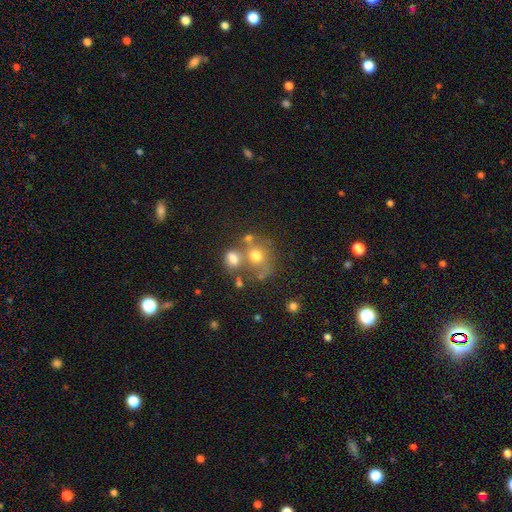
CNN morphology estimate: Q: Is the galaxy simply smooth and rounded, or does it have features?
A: smooth — 63%.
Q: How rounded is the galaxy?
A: round — 68%.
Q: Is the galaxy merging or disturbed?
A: none — 42%.